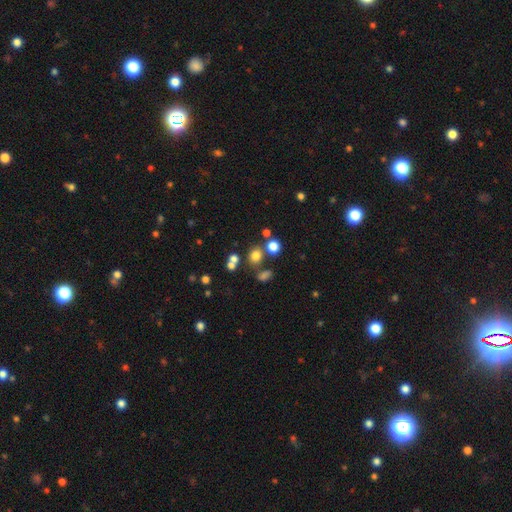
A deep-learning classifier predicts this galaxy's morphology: smooth-or-featured: smooth: 73% | star or artifact: 18% | featured or disk: 9%
  how-rounded: round: 76% | in between: 23% | cigar-shaped: 1%
  merging: none: 66% | merger: 19% | minor disturbance: 10% | major disturbance: 5%